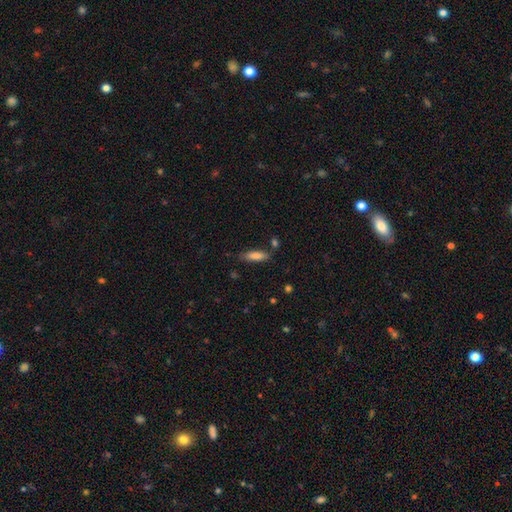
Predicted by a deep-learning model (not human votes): Smooth or featured? smooth (81%)
How rounded? cigar-shaped (52%)
Merging? none (77%)